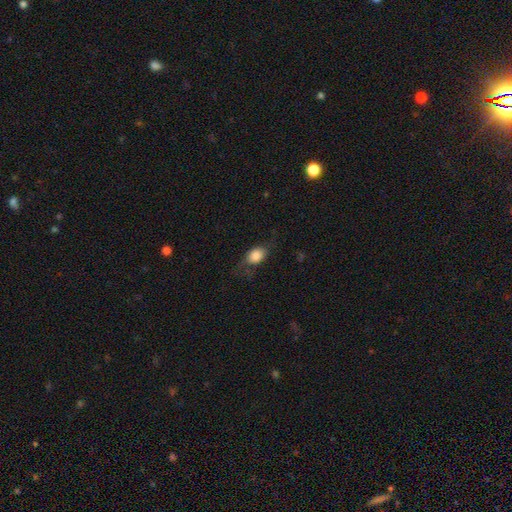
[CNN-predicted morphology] Overall: smooth (79%). How rounded: in between (74%). Merging: none (59%; minor disturbance 25%).